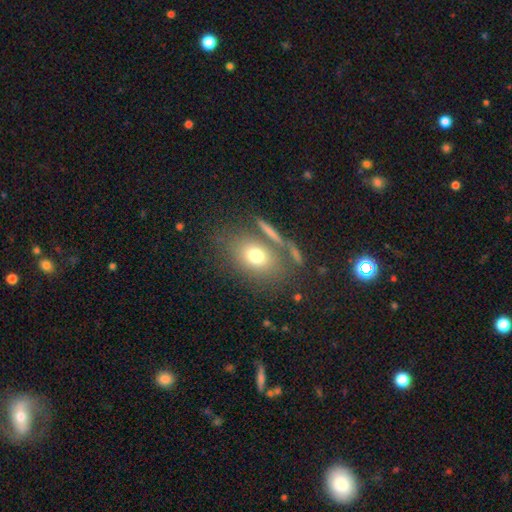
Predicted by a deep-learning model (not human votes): A smooth galaxy with no disk features (61%) that is in between round and cigar-shaped (67%). Merging: none (67%).